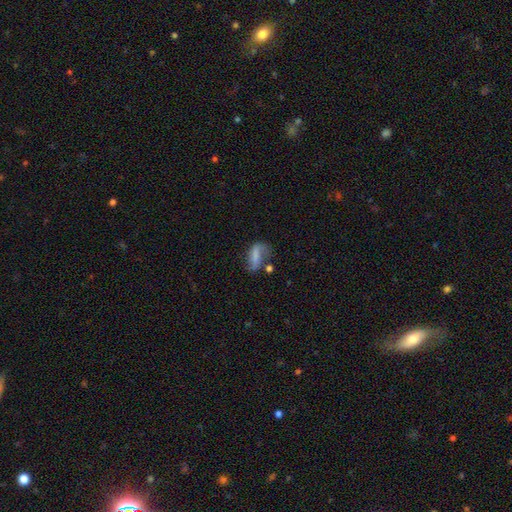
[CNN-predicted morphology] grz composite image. It shows a smooth galaxy with no disk features (50%). Merging: none (36%).